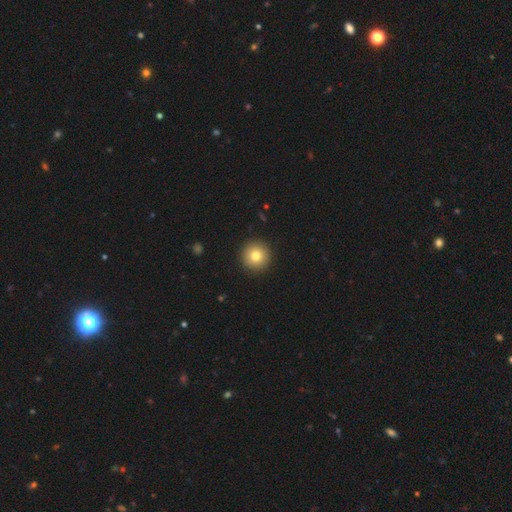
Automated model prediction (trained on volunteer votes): smooth_or_featured: smooth (p=0.80) [alt: featured or disk p=0.10]
how_rounded: round (p=0.96) [alt: in between p=0.03]
merging: none (p=0.93) [alt: minor disturbance p=0.05]